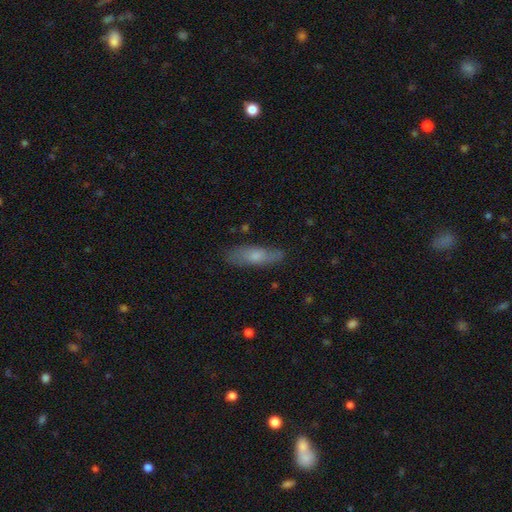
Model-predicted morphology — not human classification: type=smooth (64%); roundness=cigar-shaped (54%); merging=none (79%).